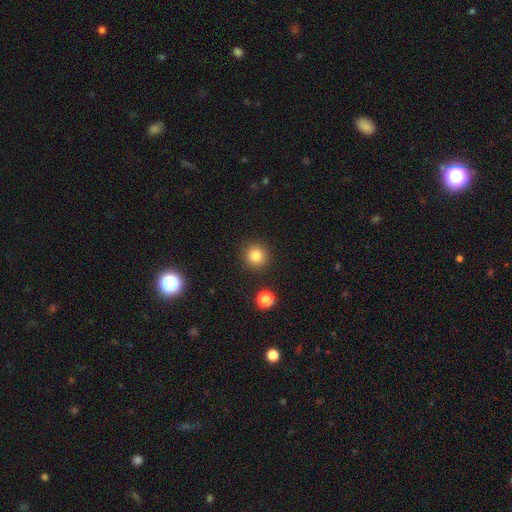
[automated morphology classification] This appears to be a smooth galaxy with no disk features (82%) that is round (93%). Merging: none (90%).